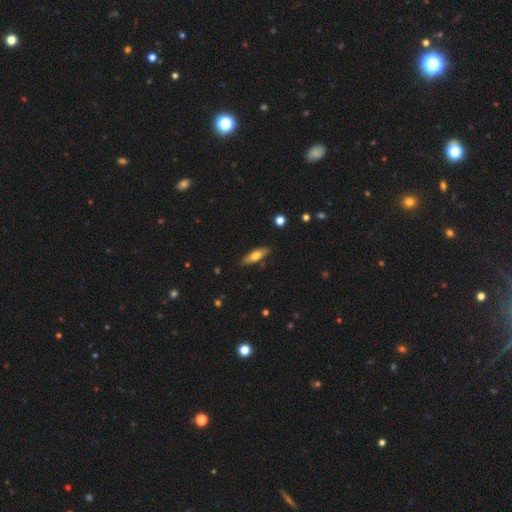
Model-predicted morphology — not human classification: Smooth or featured: smooth — 61% (featured or disk — 33%)
How rounded: cigar-shaped — 57% (in between — 41%)
Merging: none — 86% (minor disturbance — 10%)